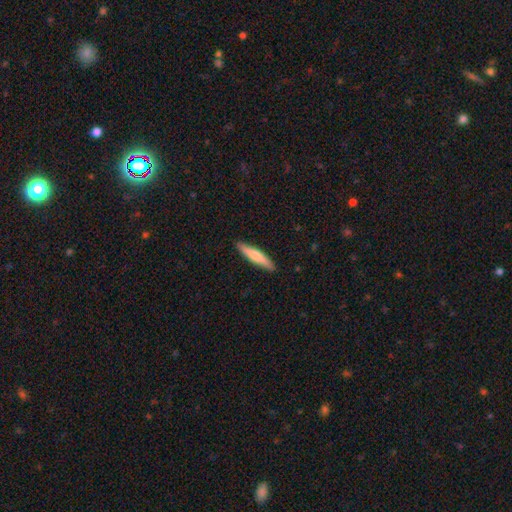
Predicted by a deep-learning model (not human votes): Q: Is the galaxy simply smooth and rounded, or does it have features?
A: smooth — 70%.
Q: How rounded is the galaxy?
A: cigar-shaped — 87%.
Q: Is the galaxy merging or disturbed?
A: none — 90%.